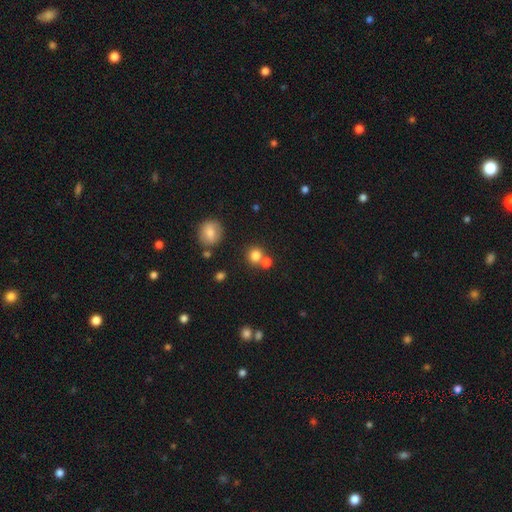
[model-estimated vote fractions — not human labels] Morphology: type=smooth (79%); roundness=round (87%); merging=none (59%).